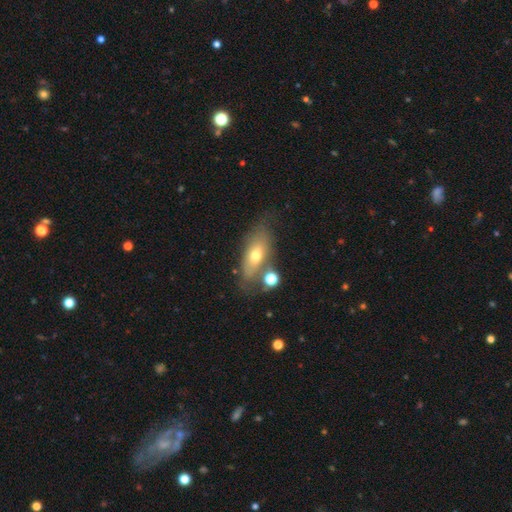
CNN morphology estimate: smooth-or-featured: smooth: 57% | featured or disk: 34% | star or artifact: 9%
  how-rounded: in between: 75% | cigar-shaped: 19% | round: 6%
  merging: none: 58% | minor disturbance: 20% | merger: 12% | major disturbance: 9%